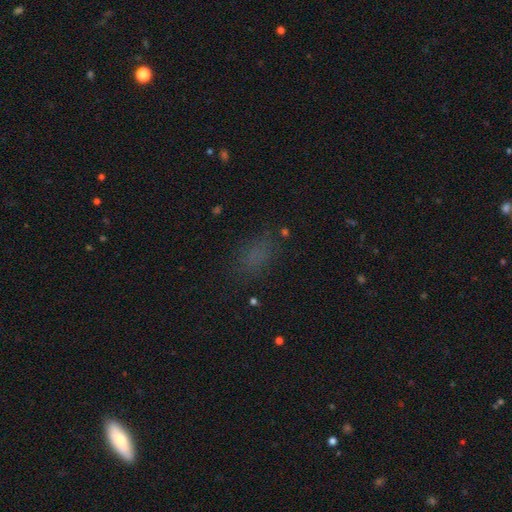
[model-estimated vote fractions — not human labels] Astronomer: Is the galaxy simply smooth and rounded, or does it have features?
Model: smooth — 68%.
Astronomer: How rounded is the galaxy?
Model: in between — 82%.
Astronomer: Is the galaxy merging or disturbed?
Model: none — 74%.